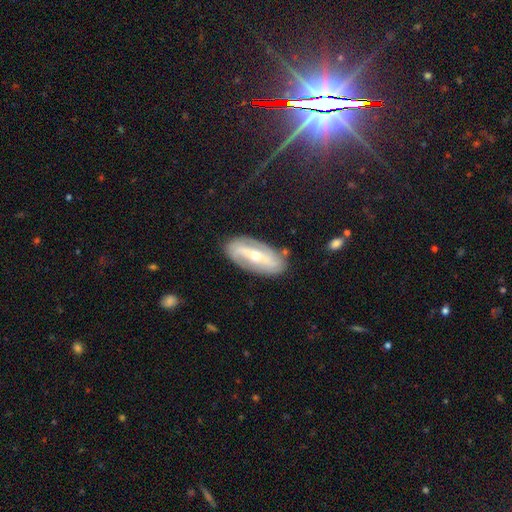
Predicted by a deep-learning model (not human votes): Morphology: type=featured or disk (76%); edge-on=no (87%); bar=strong (50%); spiral arms=yes (79%); winding=medium (34%); arm count=2 (80%); bulge=small (51%); merging=none (81%).